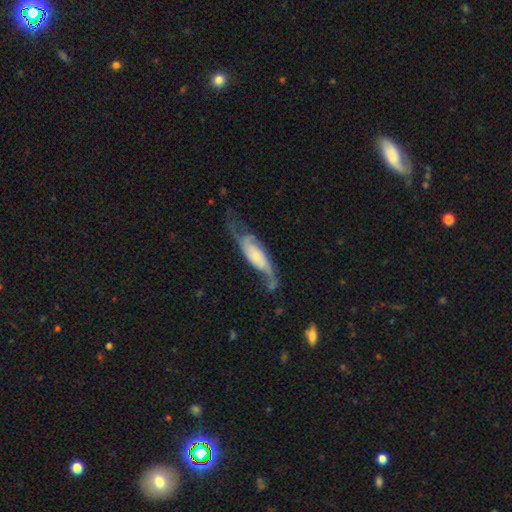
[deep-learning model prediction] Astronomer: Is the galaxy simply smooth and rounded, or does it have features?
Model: featured or disk — 74%.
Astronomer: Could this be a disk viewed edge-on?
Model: no — 82%.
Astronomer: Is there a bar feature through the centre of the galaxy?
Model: no — 62%.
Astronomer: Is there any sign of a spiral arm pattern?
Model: yes — 92%.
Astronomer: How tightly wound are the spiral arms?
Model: loose — 48% (runner-up: medium, 35%).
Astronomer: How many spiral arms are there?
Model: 2 — 80%.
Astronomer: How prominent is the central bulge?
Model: small — 53%.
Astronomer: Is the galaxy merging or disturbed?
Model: none — 49% (runner-up: minor disturbance, 25%).